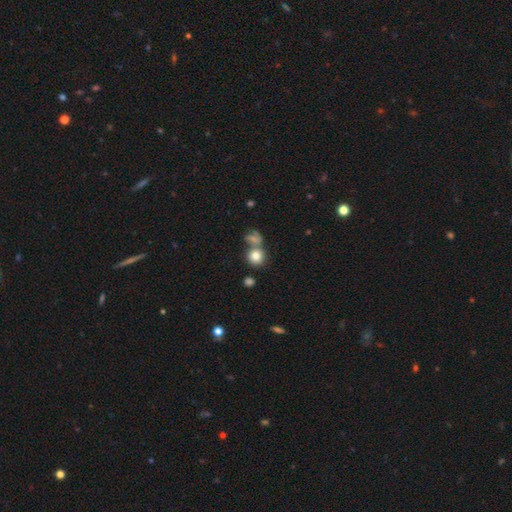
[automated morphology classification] Smooth or featured: smooth — 79% (featured or disk — 11%)
How rounded: round — 85% (in between — 14%)
Merging: none — 53% (merger — 33%)